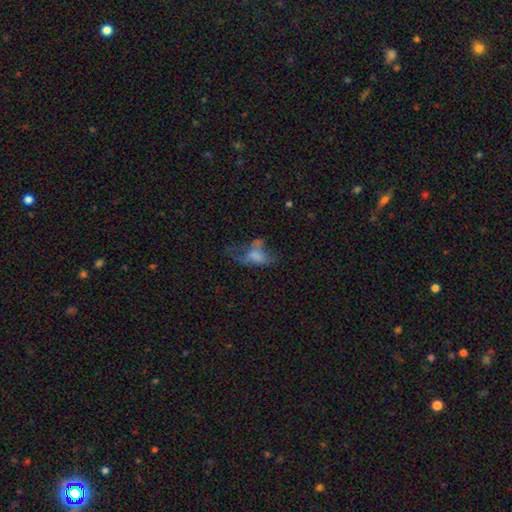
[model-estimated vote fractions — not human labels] smooth 48%, featured or disk 36%, star or artifact 16%. Down the decision tree: merging — major disturbance (51%).